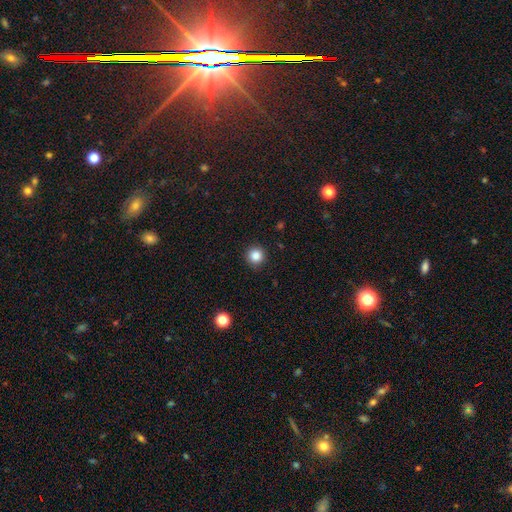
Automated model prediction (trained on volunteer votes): Q: Smooth or featured?
A: smooth (86%); runner-up: star or artifact (11%)
Q: How rounded?
A: round (95%); runner-up: in between (4%)
Q: Merging?
A: none (91%); runner-up: minor disturbance (6%)